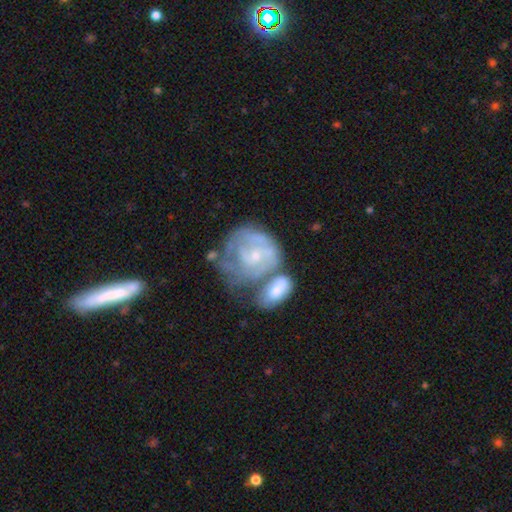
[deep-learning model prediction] Smooth or featured: featured or disk — 68% (smooth — 26%)
Edge-on disk: no — 97% (yes — 3%)
Bar: no — 74% (weak — 21%)
Spiral arms: yes — 71% (no — 29%)
Bulge size: small — 74% (moderate — 19%)
Merging: merger — 38% (none — 28%)